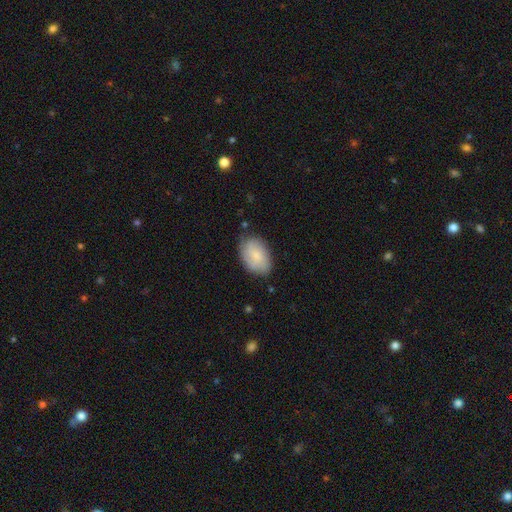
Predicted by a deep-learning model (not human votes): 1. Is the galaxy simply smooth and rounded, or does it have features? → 71% smooth, 22% featured or disk, 6% star or artifact.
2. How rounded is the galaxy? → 89% in between, 9% round, 1% cigar-shaped.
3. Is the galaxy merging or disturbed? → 76% none, 19% minor disturbance, 4% major disturbance, 2% merger.